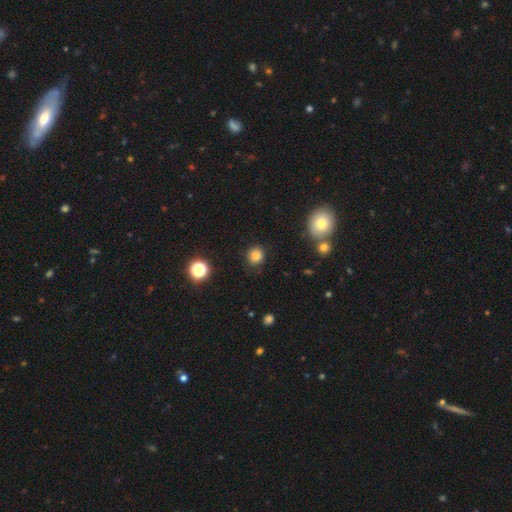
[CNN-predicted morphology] Overall: smooth (83%). How rounded: round (88%). Merging: none (86%).